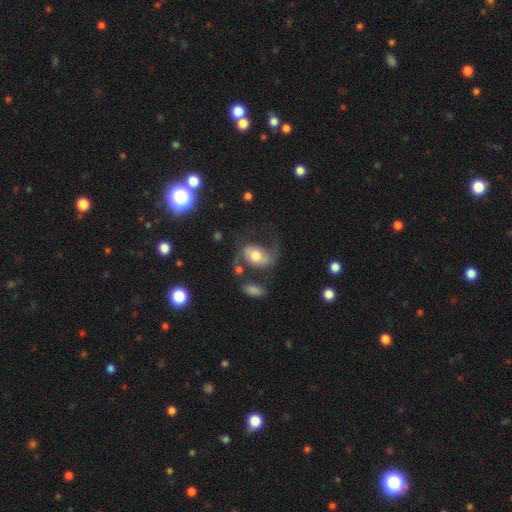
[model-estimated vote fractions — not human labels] Overall: featured or disk (66%; smooth 27%). Edge-on disk: no (96%). Bar: no (46%; weak 34%). Spiral arms: yes (84%). Spiral arm count: 2 (82%). Spiral winding: loose (57%; medium 35%). Bulge size: moderate (65%). Merging: none (47%; major disturbance 25%).